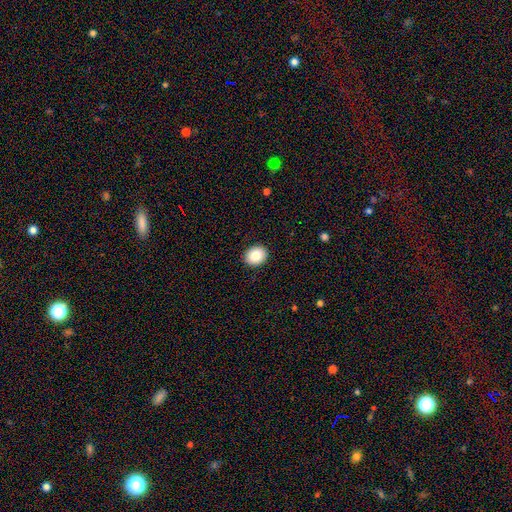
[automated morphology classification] Smooth or featured: smooth — 86% (star or artifact — 8%)
How rounded: round — 54% (in between — 45%)
Merging: none — 91% (minor disturbance — 6%)